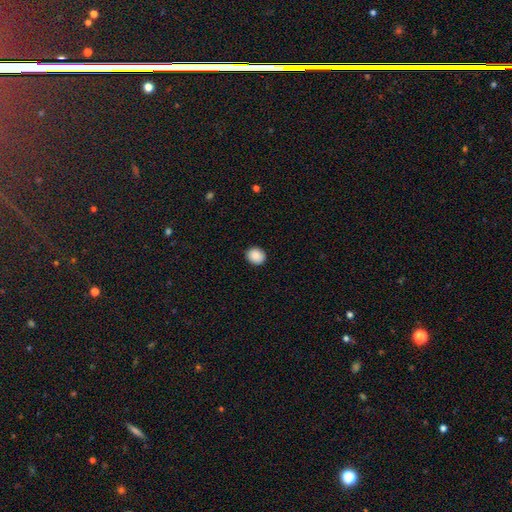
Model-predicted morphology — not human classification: A smooth galaxy with no disk features (89%) that is round (70%). Merging: none (91%).